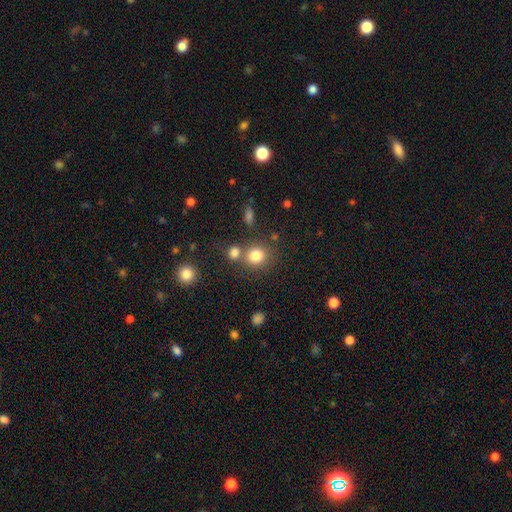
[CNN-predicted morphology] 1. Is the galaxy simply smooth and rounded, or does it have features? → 80% smooth, 13% star or artifact, 7% featured or disk.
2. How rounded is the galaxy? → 84% round, 15% in between, 1% cigar-shaped.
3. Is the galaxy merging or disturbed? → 64% none, 23% merger, 9% minor disturbance, 4% major disturbance.